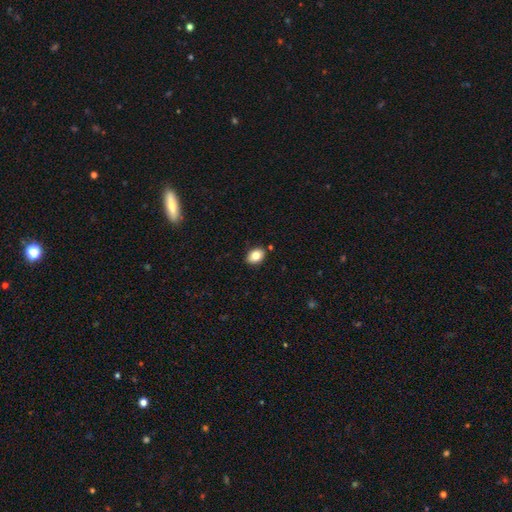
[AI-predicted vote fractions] This appears to be a smooth galaxy with no disk features (81%) that is in between round and cigar-shaped (74%). Merging: none (87%).